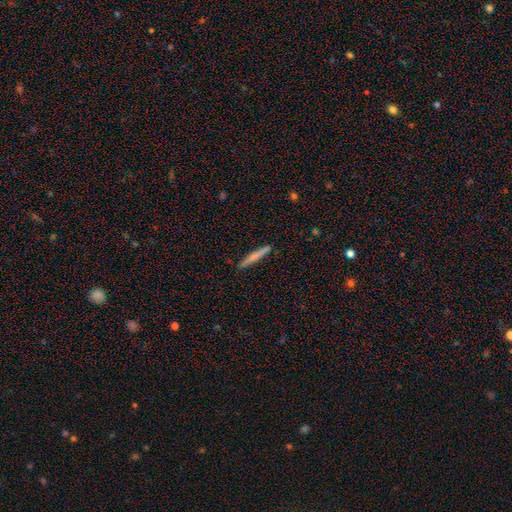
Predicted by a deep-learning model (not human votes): Smooth or featured: smooth — 62% (featured or disk — 33%)
How rounded: cigar-shaped — 96% (in between — 3%)
Merging: none — 91% (minor disturbance — 7%)